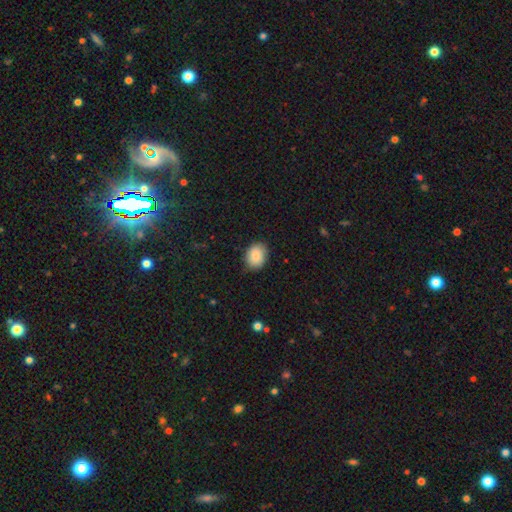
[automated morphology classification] smooth 87%, star or artifact 8%, featured or disk 5%. Down the decision tree: how rounded — in between (59%); merging — none (84%).